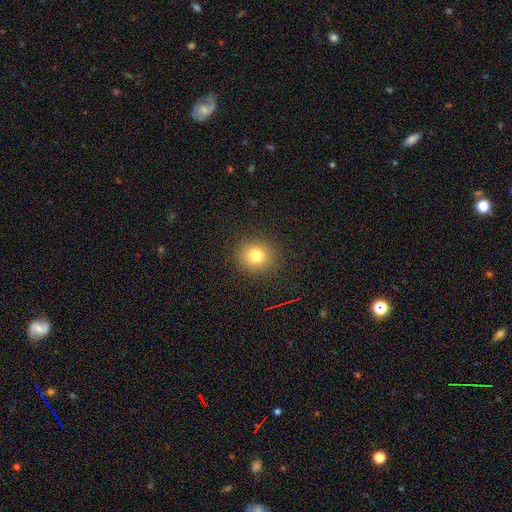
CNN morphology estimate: A smooth galaxy with no disk features (77%) that is round (88%).

Vote fractions:
- Smooth or featured? smooth: 77% / star or artifact: 15% / featured or disk: 8%
- How rounded? round: 88% / in between: 11% / cigar-shaped: 1%
- Merging? none: 90% / minor disturbance: 7% / major disturbance: 3% / merger: 1%